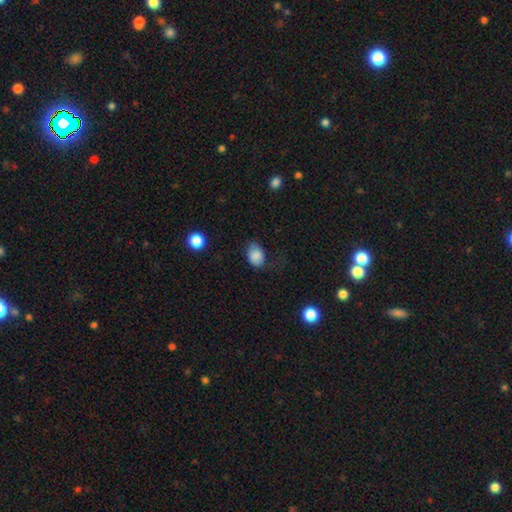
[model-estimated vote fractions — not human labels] This appears to be a smooth galaxy with no disk features (85%) that is in between round and cigar-shaped (68%). Merging: none (57%).